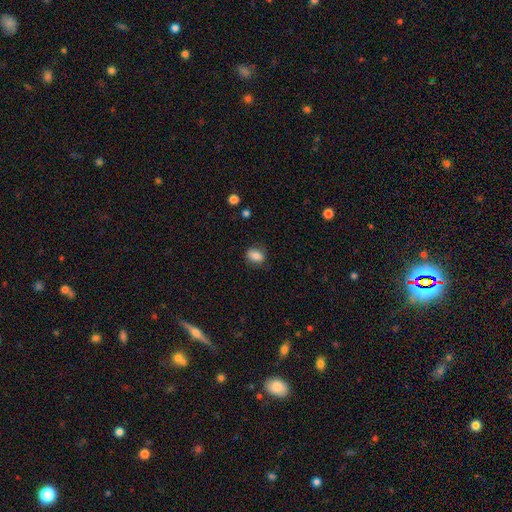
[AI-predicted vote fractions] smooth-or-featured: smooth: 84% | star or artifact: 9% | featured or disk: 7%
  how-rounded: in between: 75% | round: 23% | cigar-shaped: 2%
  merging: none: 81% | minor disturbance: 14% | major disturbance: 4% | merger: 1%